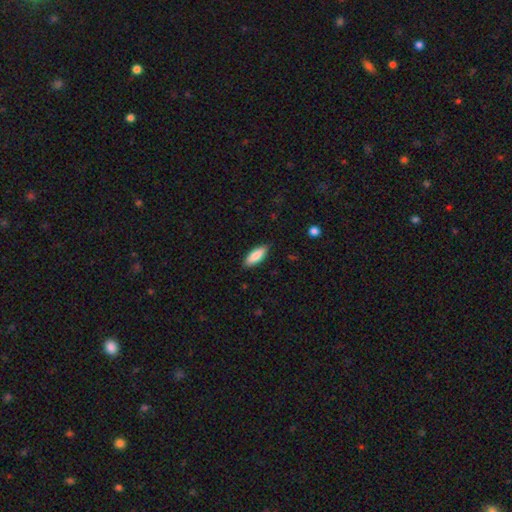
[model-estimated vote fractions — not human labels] A smooth galaxy with no disk features (86%) that is in between round and cigar-shaped (67%). Merging: none (85%).